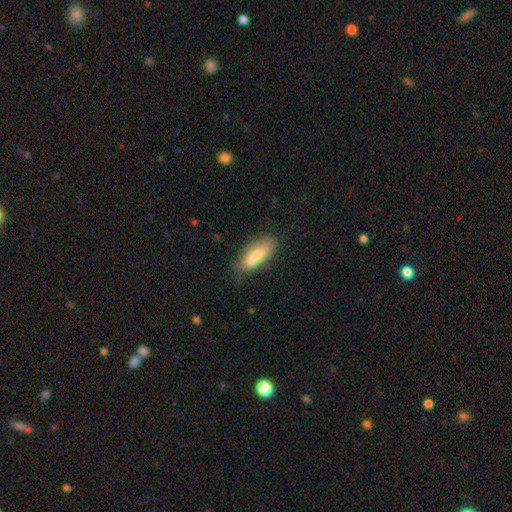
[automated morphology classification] This appears to be a smooth galaxy with no disk features (69%) that is in between round and cigar-shaped (69%). Merging: none (57%).